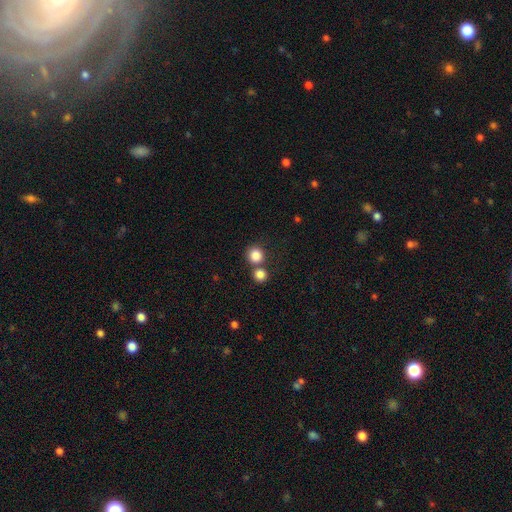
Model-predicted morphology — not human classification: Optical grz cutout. It shows a smooth galaxy with no disk features (84%) that is round (90%). Merging: none (63%).